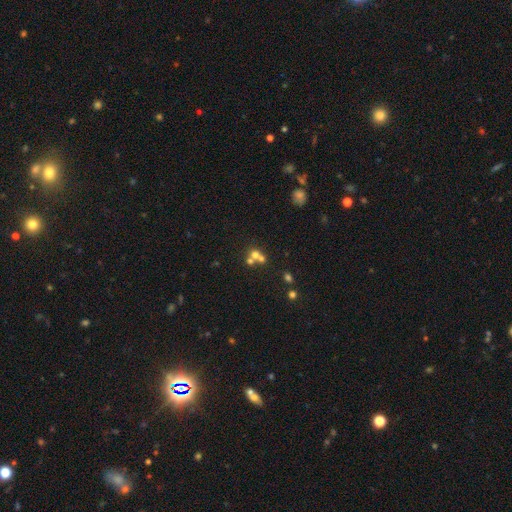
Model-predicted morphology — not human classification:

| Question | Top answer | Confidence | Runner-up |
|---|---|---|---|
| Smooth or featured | smooth | 57% | featured or disk (23%) |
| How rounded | round | 81% | in between (18%) |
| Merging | merger | 55% | none (35%) |